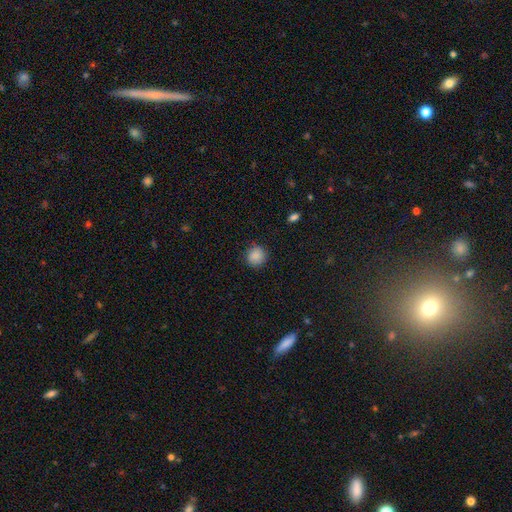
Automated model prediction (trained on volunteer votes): smooth-or-featured: smooth: 88% | star or artifact: 9% | featured or disk: 3%
  how-rounded: round: 92% | in between: 7% | cigar-shaped: 1%
  merging: none: 87% | minor disturbance: 9% | major disturbance: 3% | merger: 1%